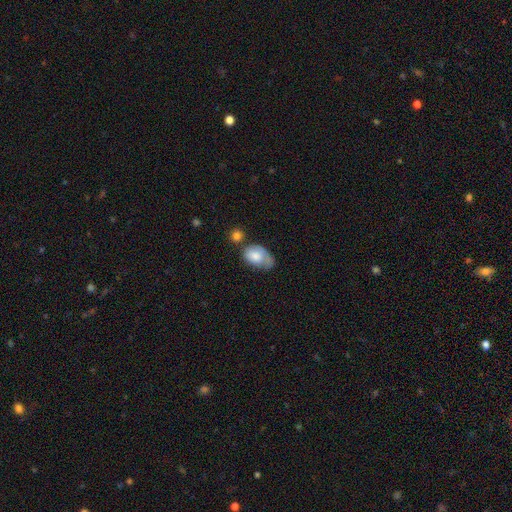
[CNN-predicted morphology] The model was most divided on "merging": minor disturbance: 34%, none: 31%, major disturbance: 20%, merger: 16%. More confident: how rounded — in between (86%); smooth or featured — smooth (72%).